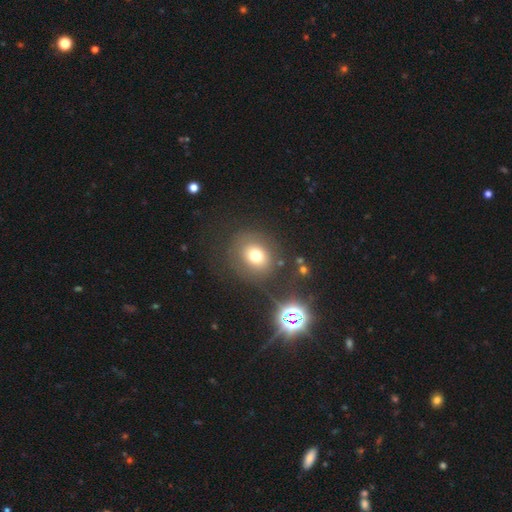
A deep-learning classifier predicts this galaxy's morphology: type=smooth (70%); roundness=round (76%); merging=none (80%).